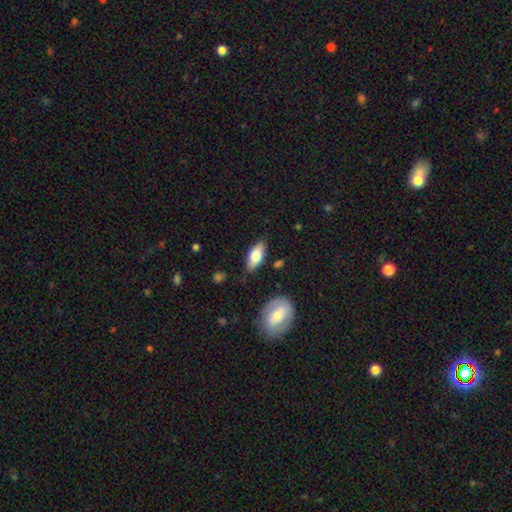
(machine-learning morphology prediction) Smooth or featured? Predicted: smooth (p=0.73). How rounded? Predicted: in between (p=0.85). Merging? Predicted: none (p=0.83).